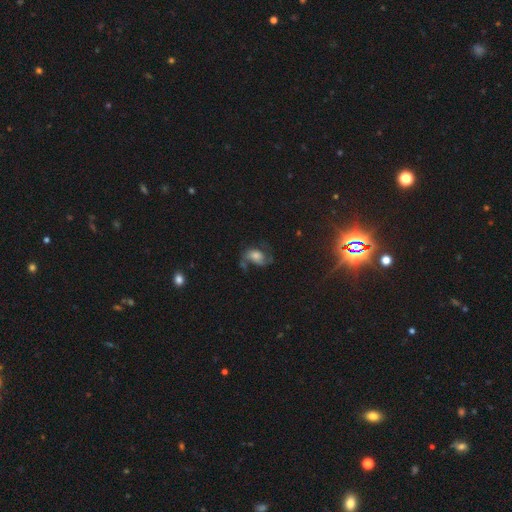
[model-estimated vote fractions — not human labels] Smooth or featured: featured or disk — 56% (smooth — 32%)
Edge-on disk: no — 96% (yes — 4%)
Bar: no — 66% (weak — 27%)
Spiral arms: yes — 85% (no — 15%)
Bulge size: moderate — 44% (small — 25%)
Merging: none — 43% (major disturbance — 27%)